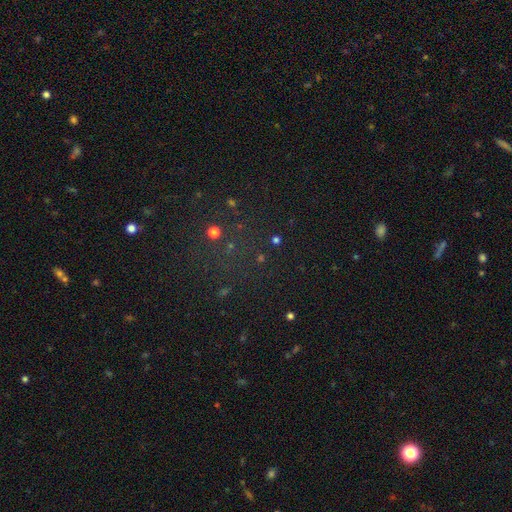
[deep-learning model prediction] A star or artifact, not a galaxy (64%).

Vote fractions:
- Smooth or featured? star or artifact: 64% / smooth: 24% / featured or disk: 12%